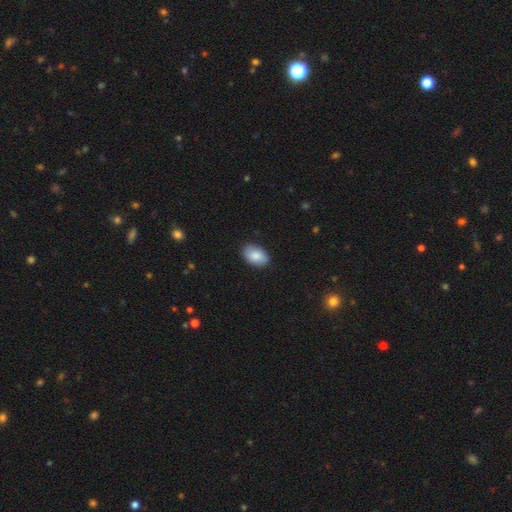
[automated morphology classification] smooth-or-featured: smooth: 87% | featured or disk: 7% | star or artifact: 6%
  how-rounded: in between: 92% | round: 7% | cigar-shaped: 1%
  merging: none: 88% | minor disturbance: 9% | major disturbance: 2% | merger: 1%